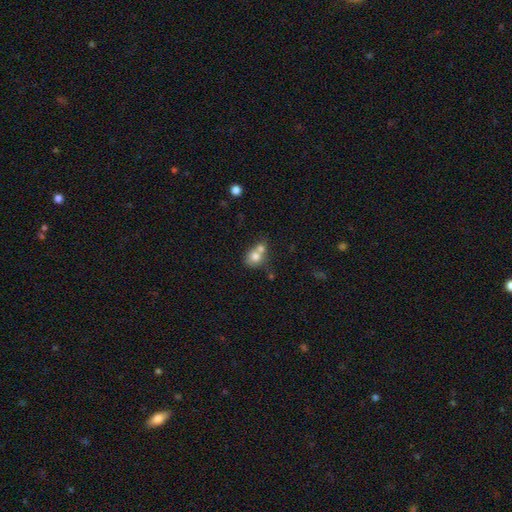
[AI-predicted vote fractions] A smooth galaxy with no disk features (74%) that is round (68%). Merging: merger (61%).